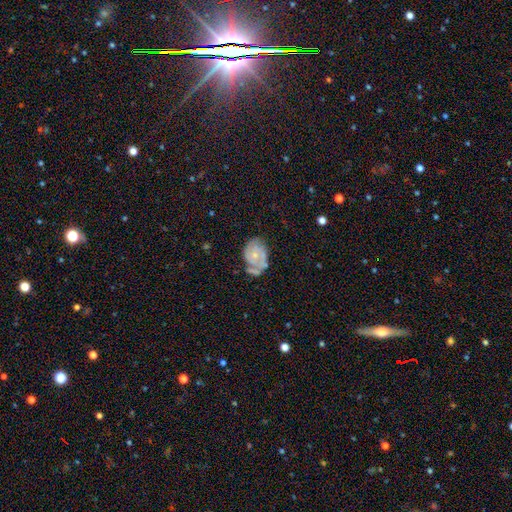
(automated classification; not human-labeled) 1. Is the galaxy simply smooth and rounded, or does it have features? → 68% featured or disk, 25% smooth, 7% star or artifact.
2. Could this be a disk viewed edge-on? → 97% no, 3% yes.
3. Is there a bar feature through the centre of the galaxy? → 76% no, 20% weak, 3% strong.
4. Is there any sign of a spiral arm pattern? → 80% yes, 20% no.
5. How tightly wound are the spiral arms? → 57% tight, 31% medium, 12% loose.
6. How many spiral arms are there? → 39% 2, 31% can't tell, 17% 1, 8% 3, 3% 4, 2% more than 4.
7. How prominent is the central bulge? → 57% small, 37% moderate, 3% none, 2% large, 1% dominant.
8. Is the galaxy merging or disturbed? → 42% none, 30% minor disturbance, 17% major disturbance, 11% merger.